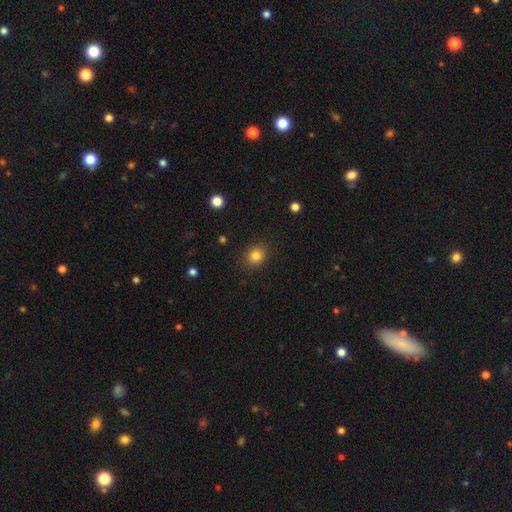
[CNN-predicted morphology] This is clearly a smooth galaxy (83%). How rounded: likely round (75%). Merging: clearly none (89%).